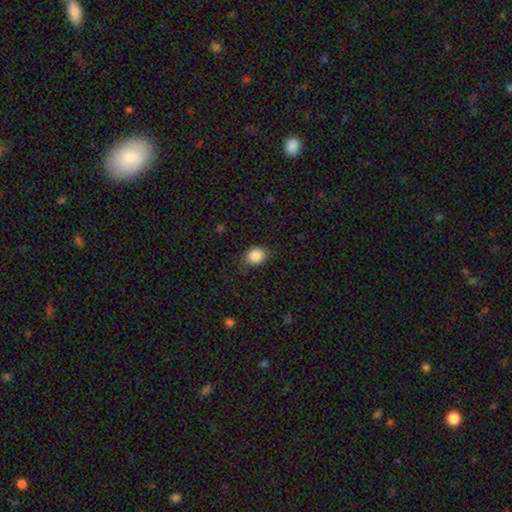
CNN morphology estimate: smooth_or_featured: smooth (p=0.88) [alt: star or artifact p=0.08]
how_rounded: round (p=0.52) [alt: in between p=0.48]
merging: none (p=0.77) [alt: minor disturbance p=0.17]